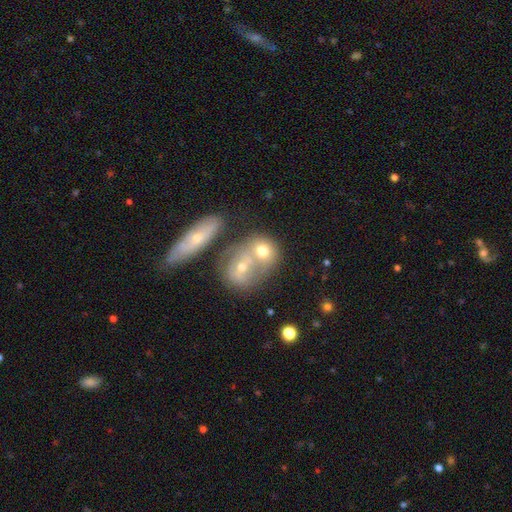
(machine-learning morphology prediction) Overall: smooth (46%; featured or disk 40%). Merging: merger (51%; none 36%).